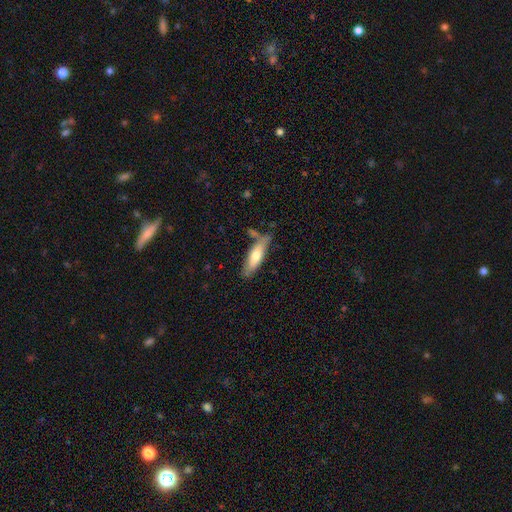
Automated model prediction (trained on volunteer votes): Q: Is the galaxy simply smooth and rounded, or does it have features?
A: smooth — 64%.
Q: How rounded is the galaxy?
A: cigar-shaped — 61%.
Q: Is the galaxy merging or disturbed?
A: none — 68%.